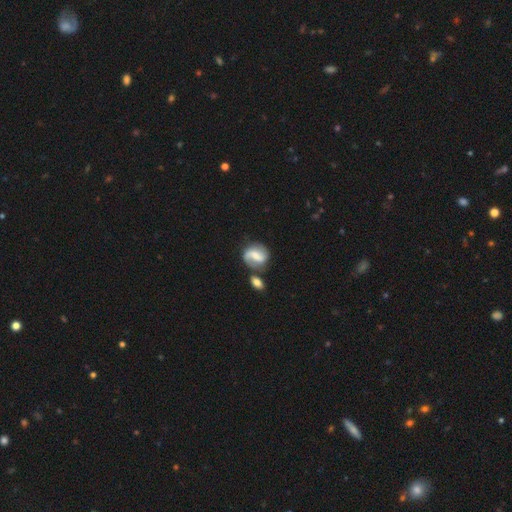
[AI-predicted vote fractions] Smooth or featured: featured or disk — 67% (smooth — 27%)
Edge-on disk: no — 97% (yes — 3%)
Bar: weak — 45% (no — 28%)
Spiral arms: yes — 89% (no — 11%)
Spiral winding: loose — 43% (medium — 39%)
Spiral arm count: 2 — 84% (can't tell — 6%)
Bulge size: moderate — 47% (small — 41%)
Merging: none — 58% (merger — 21%)